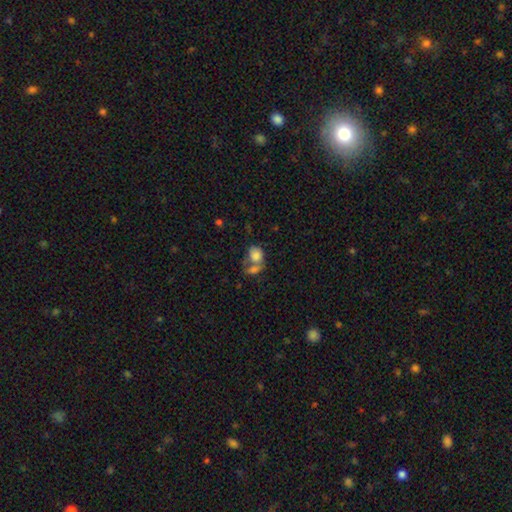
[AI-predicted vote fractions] Q: Smooth or featured?
A: smooth (78%); runner-up: featured or disk (13%)
Q: How rounded?
A: in between (51%); runner-up: round (47%)
Q: Merging?
A: merger (57%); runner-up: none (24%)